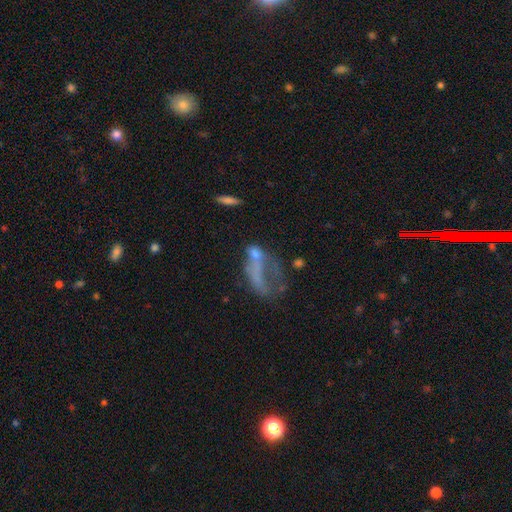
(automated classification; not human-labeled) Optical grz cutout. It shows a featured or disk galaxy (45%). Merging: major disturbance (46%).